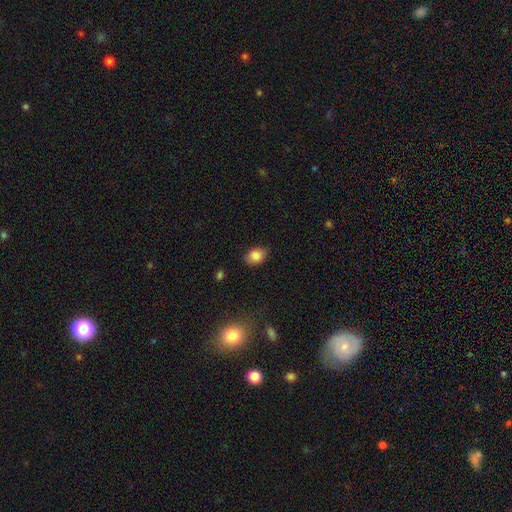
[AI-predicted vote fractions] smooth-or-featured: smooth: 85% | star or artifact: 9% | featured or disk: 6%
  how-rounded: in between: 66% | round: 33% | cigar-shaped: 1%
  merging: none: 77% | minor disturbance: 18% | major disturbance: 3% | merger: 1%